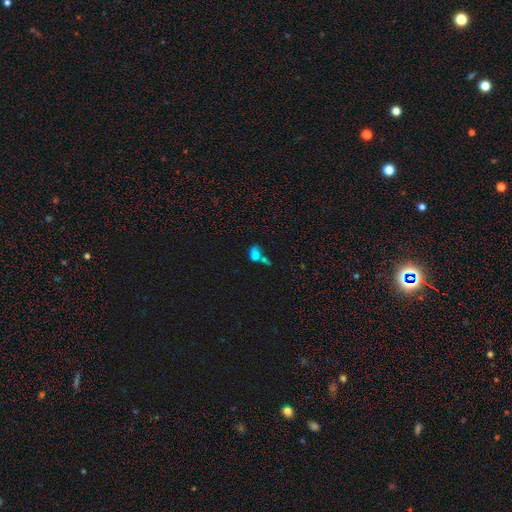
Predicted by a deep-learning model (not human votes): The model was most divided on "merging": merger: 51%, none: 26%, minor disturbance: 13%, major disturbance: 10%. More confident: smooth or featured — smooth (74%); how rounded — in between (65%).